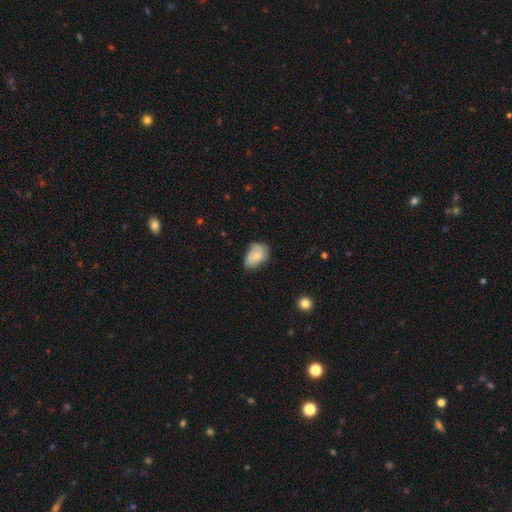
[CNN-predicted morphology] Smooth or featured? smooth (61%)
How rounded? in between (82%)
Merging? none (48%)